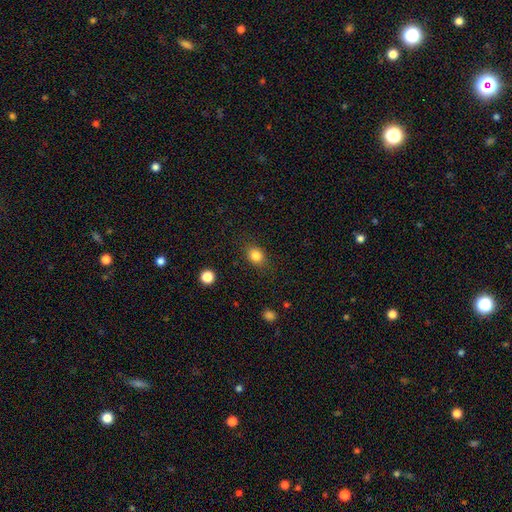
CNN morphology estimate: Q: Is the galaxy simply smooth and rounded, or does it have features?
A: smooth — 83%.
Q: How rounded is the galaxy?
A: round — 54%.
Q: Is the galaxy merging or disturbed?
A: none — 83%.